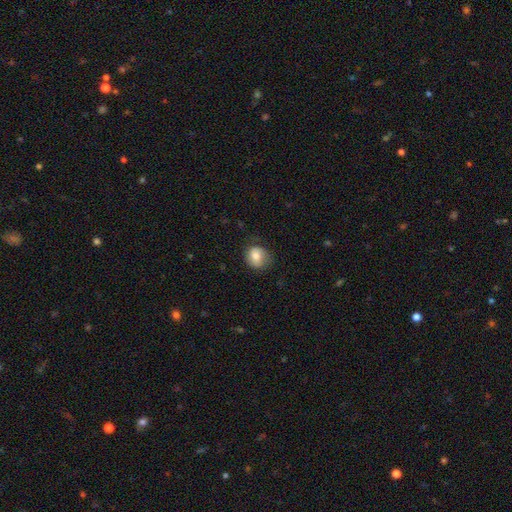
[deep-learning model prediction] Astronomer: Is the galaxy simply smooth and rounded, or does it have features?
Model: smooth — 80%.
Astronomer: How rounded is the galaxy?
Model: round — 71%.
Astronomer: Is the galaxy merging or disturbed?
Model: none — 67%.